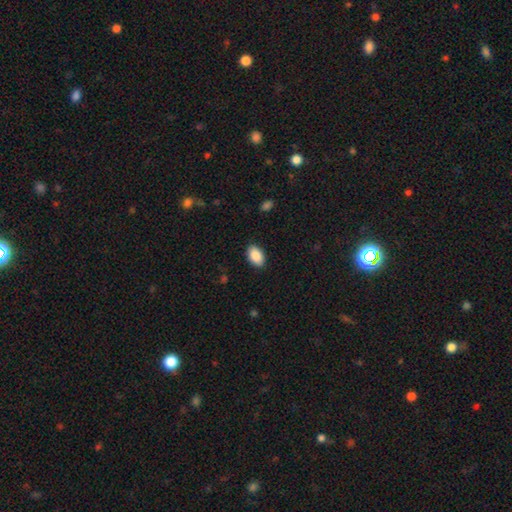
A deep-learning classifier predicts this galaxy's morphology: A smooth galaxy with no disk features (90%) that is in between round and cigar-shaped (93%).

Vote fractions:
- Smooth or featured? smooth: 90% / star or artifact: 6% / featured or disk: 3%
- How rounded? in between: 93% / round: 6% / cigar-shaped: 1%
- Merging? none: 88% / minor disturbance: 9% / major disturbance: 2% / merger: 1%